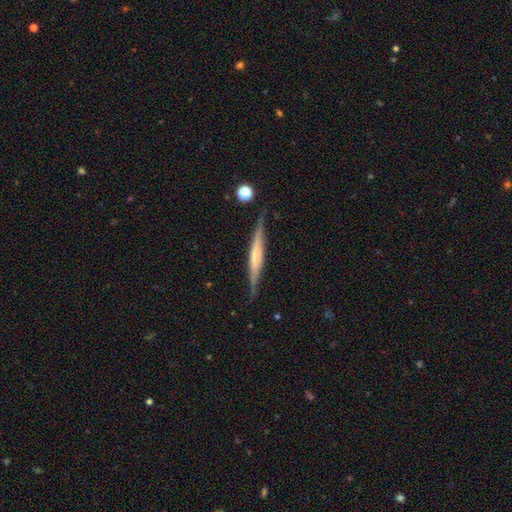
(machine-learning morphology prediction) Overall: featured or disk (63%; smooth 31%). Edge-on disk: yes (96%). Edge-on bulge: rounded (43%; none 37%). Merging: none (84%).